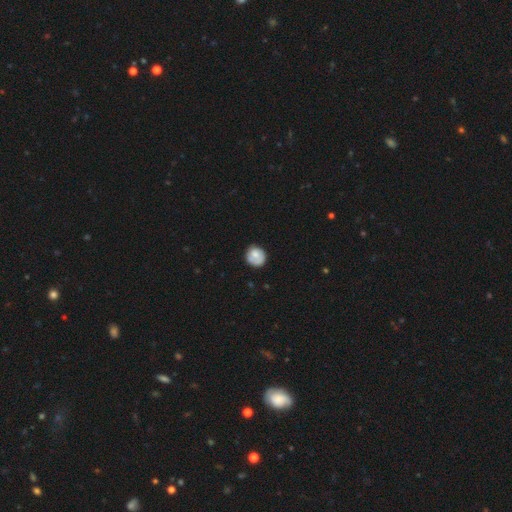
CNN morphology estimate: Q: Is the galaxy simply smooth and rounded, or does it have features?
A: smooth — 69%.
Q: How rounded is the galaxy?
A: round — 82%.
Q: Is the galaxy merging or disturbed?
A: none — 68%.